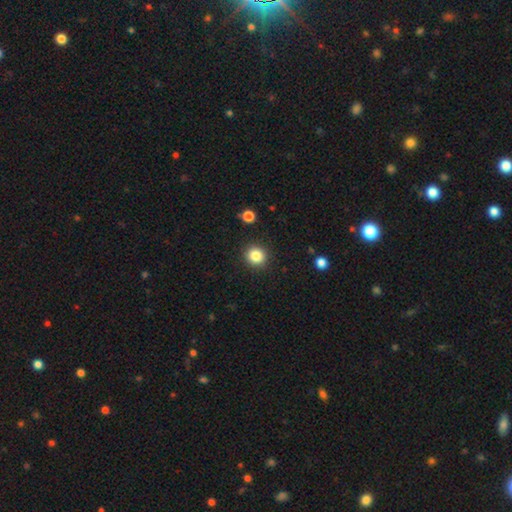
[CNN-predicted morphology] Smooth or featured? smooth (84%)
How rounded? round (91%)
Merging? none (91%)